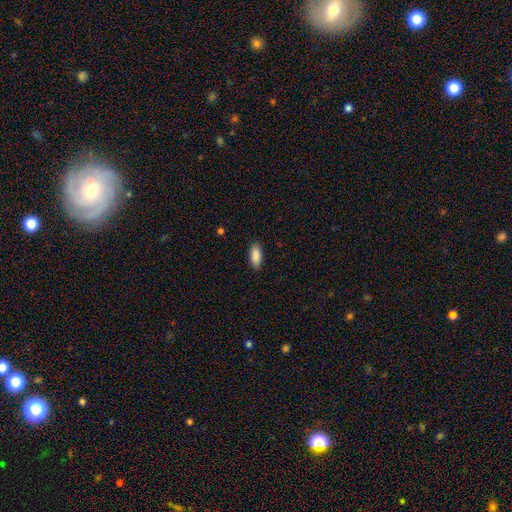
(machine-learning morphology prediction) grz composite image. It shows a smooth galaxy with no disk features (89%) that is in between round and cigar-shaped (79%). Merging: none (88%).